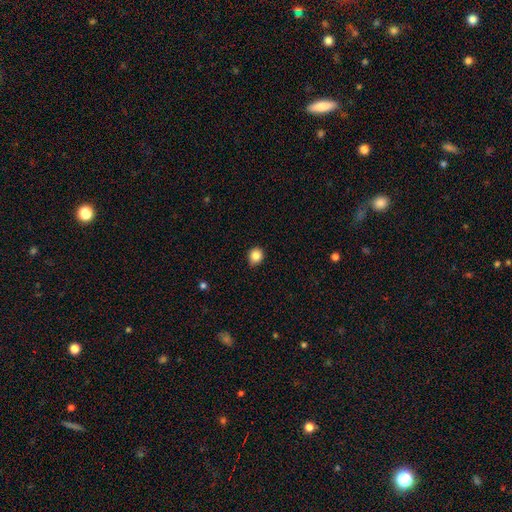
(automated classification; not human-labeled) The model was most divided on "how rounded": round: 74%, in between: 25%, cigar-shaped: 1%. More confident: smooth or featured — smooth (85%); merging — none (83%).